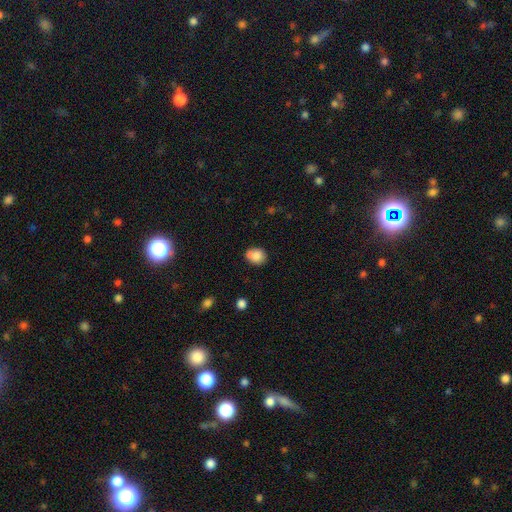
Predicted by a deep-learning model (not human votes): Smooth or featured? Predicted: smooth (p=0.80). How rounded? Predicted: round (p=0.58). Merging? Predicted: none (p=0.53).